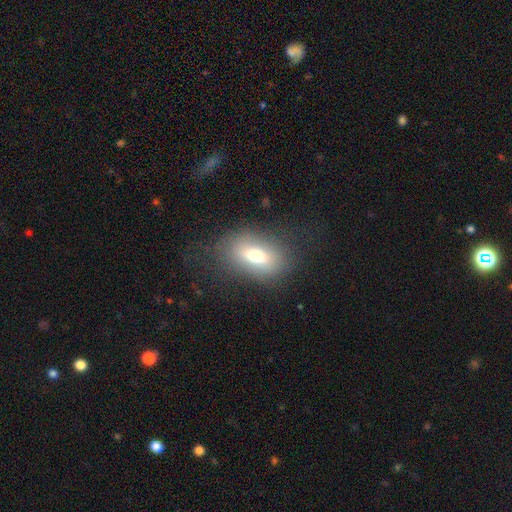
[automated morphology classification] Smooth or featured? smooth (69%)
How rounded? in between (78%)
Merging? none (77%)